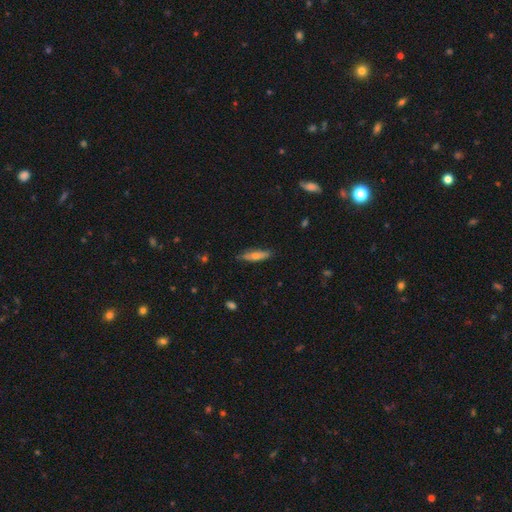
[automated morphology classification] Smooth or featured: smooth — 51% (featured or disk — 41%)
How rounded: cigar-shaped — 75% (in between — 22%)
Merging: none — 83% (minor disturbance — 14%)